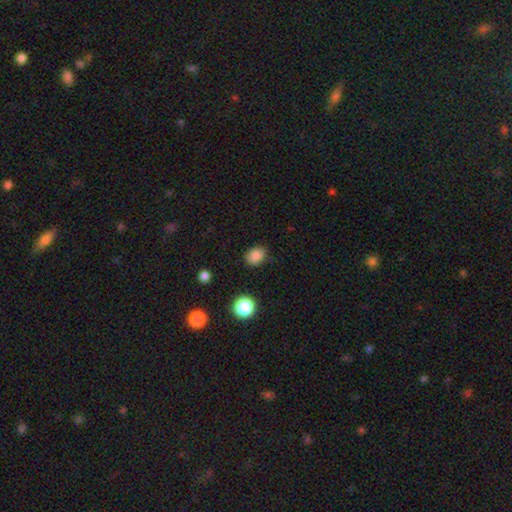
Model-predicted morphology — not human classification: Smooth or featured: smooth — 85% (star or artifact — 11%)
How rounded: in between — 55% (round — 44%)
Merging: none — 84% (minor disturbance — 12%)